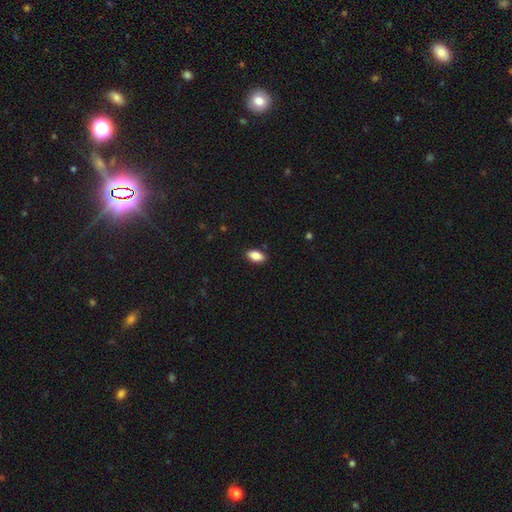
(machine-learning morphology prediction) Smooth or featured: smooth — 86% (star or artifact — 8%)
How rounded: in between — 92% (round — 5%)
Merging: none — 88% (minor disturbance — 9%)